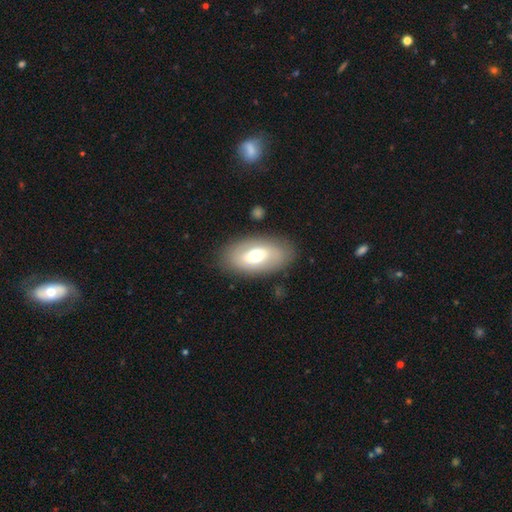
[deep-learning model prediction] The model was most divided on "smooth or featured": smooth: 56%, featured or disk: 37%, star or artifact: 7%. More confident: how rounded — in between (92%); merging — none (83%).